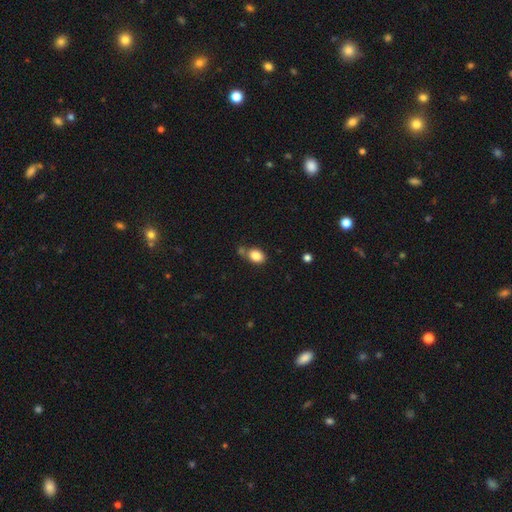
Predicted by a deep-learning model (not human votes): The model was most divided on "merging": none: 62%, merger: 17%, minor disturbance: 16%, major disturbance: 5%. More confident: smooth or featured — smooth (85%); how rounded — in between (73%).